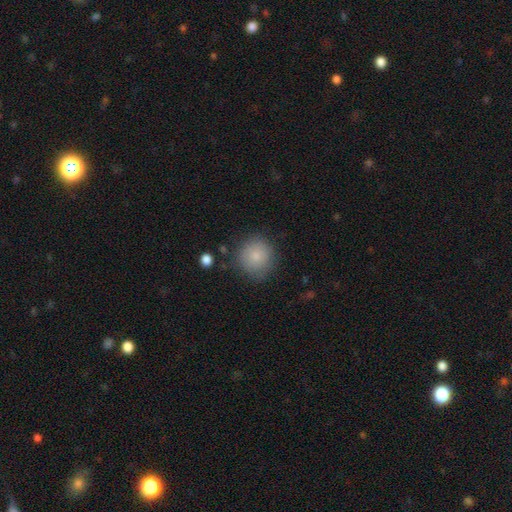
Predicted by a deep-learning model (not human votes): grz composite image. It shows a smooth galaxy with no disk features (83%) that is round (93%). Merging: none (80%).